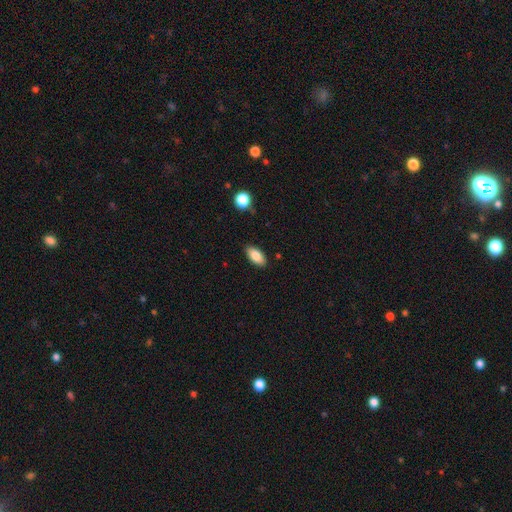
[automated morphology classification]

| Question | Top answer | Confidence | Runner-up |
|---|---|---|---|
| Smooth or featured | smooth | 85% | featured or disk (8%) |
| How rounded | in between | 91% | cigar-shaped (6%) |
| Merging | none | 86% | minor disturbance (10%) |